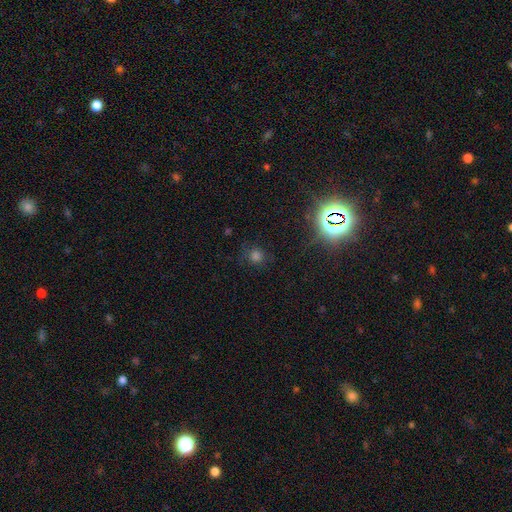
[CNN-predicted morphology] This is possibly a smooth galaxy (58%). How rounded: clearly round (87%). Merging: likely none (79%).